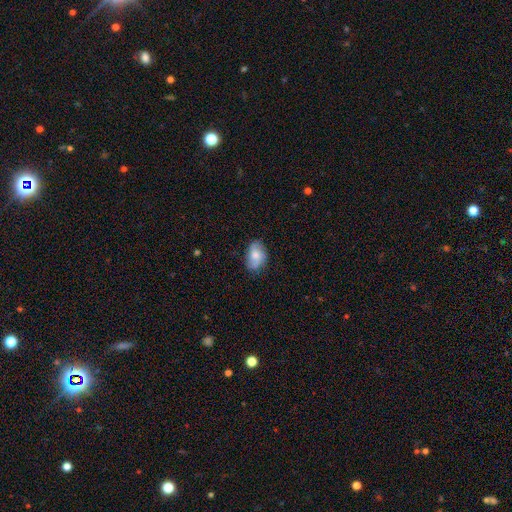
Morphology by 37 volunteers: type=smooth (70%); roundness=in between (81%); merging=none (64%).